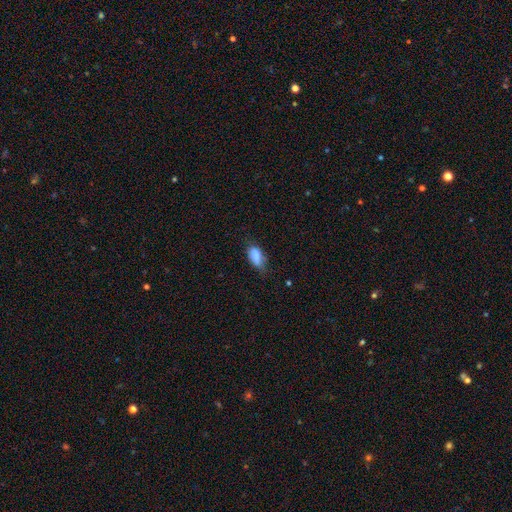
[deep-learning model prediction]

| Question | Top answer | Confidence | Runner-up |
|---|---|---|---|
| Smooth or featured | smooth | 82% | featured or disk (9%) |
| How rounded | in between | 87% | cigar-shaped (10%) |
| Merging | none | 50% | minor disturbance (37%) |